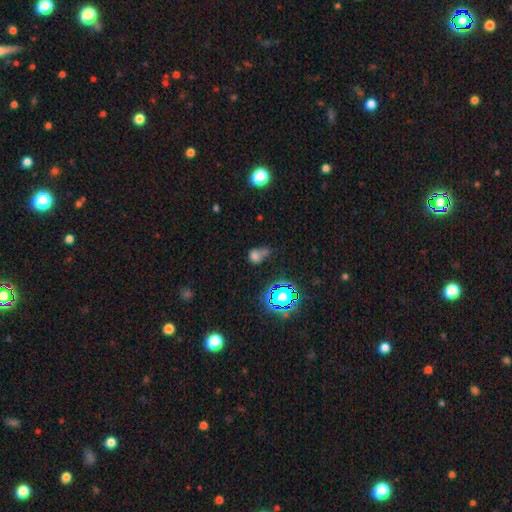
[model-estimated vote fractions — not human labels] The model was most divided on "merging": merger: 34%, none: 33%, minor disturbance: 19%, major disturbance: 14%. More confident: smooth or featured — smooth (64%); how rounded — round (56%).